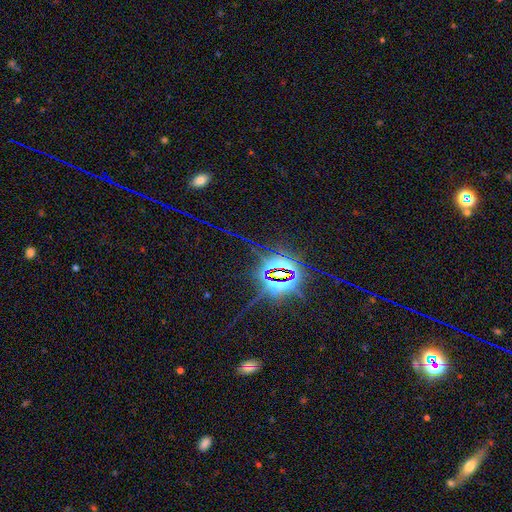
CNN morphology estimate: A star or artifact, not a galaxy (85%).